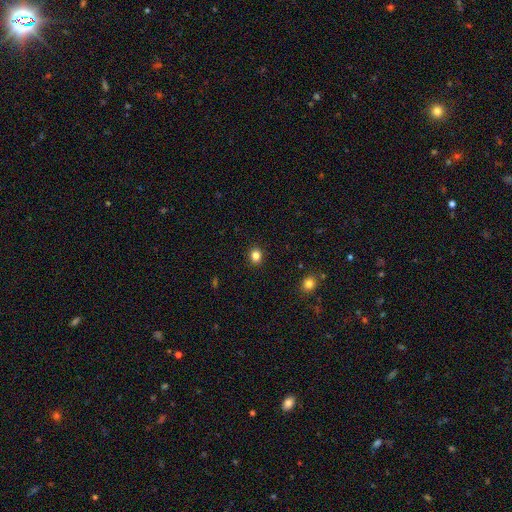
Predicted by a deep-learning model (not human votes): Smooth or featured? smooth (83%)
How rounded? round (72%)
Merging? none (91%)